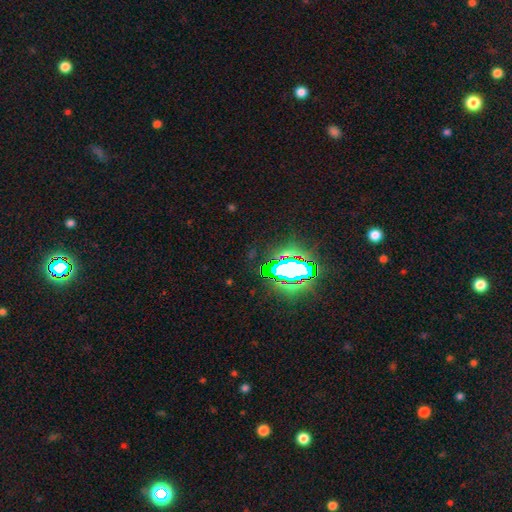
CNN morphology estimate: Q: Smooth or featured?
A: star or artifact (83%); runner-up: smooth (10%)